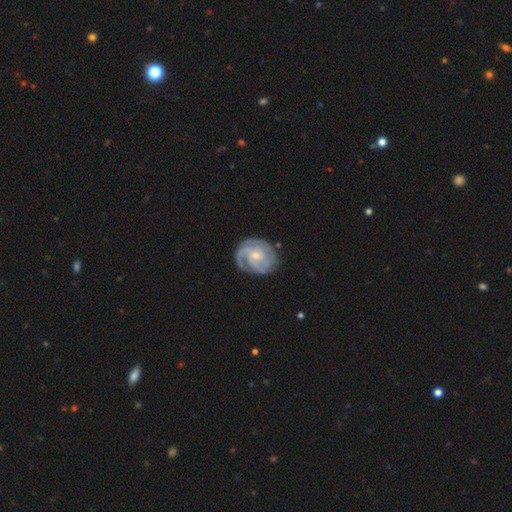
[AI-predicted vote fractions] This appears to be a featured or disk galaxy (86%) with no bar (63%), 2 (33%) tight (63%) spiral arms (97%) and a small central bulge (64%). Merging: none (75%).